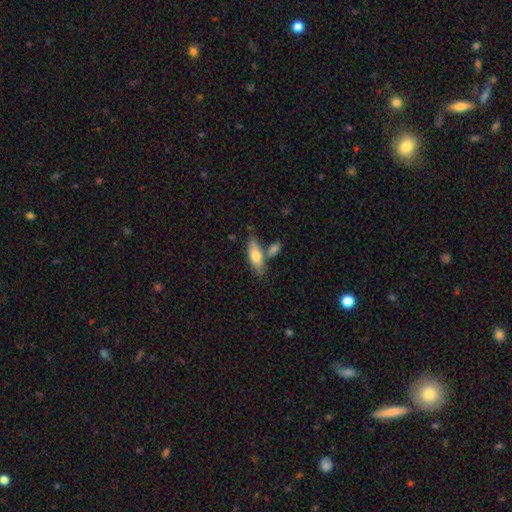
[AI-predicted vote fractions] Smooth or featured? smooth (72%)
How rounded? in between (68%)
Merging? none (62%)